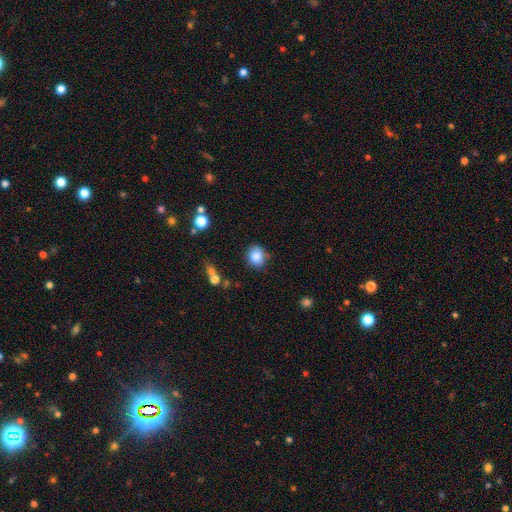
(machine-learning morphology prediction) This appears to be a smooth galaxy with no disk features (83%) that is round (71%). Merging: none (76%).